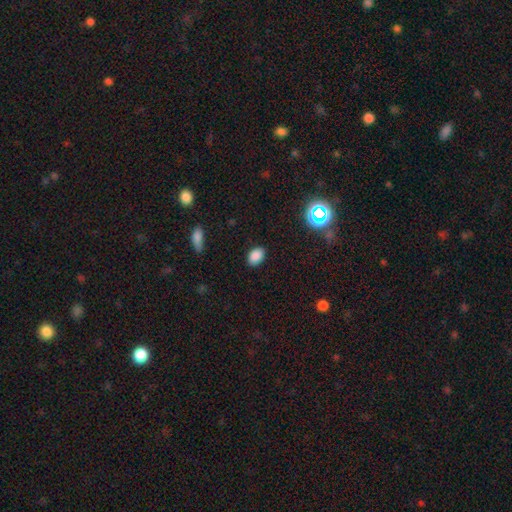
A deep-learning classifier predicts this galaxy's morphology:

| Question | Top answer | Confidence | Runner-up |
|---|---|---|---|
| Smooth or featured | smooth | 84% | star or artifact (12%) |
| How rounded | in between | 84% | round (15%) |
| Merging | none | 86% | minor disturbance (10%) |